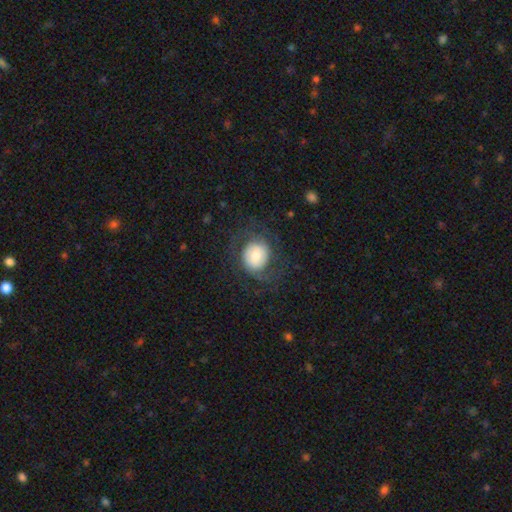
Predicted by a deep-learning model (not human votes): This appears to be a featured or disk galaxy (47%). Merging: none (68%).